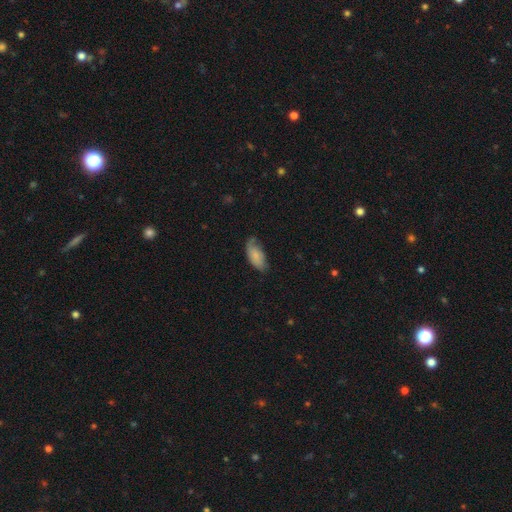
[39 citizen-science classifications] Morphology: type=smooth (56%); roundness=in between (100%); merging=minor disturbance (46%).